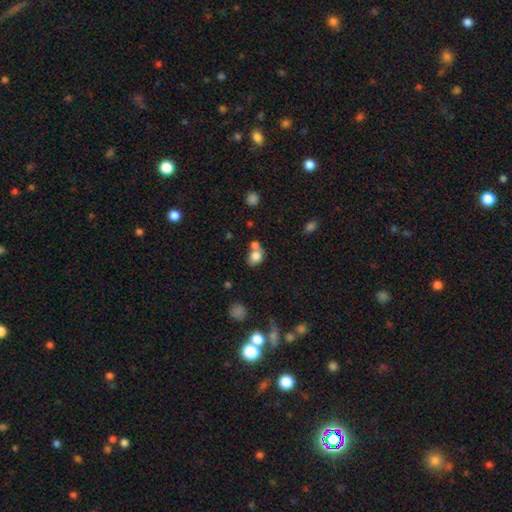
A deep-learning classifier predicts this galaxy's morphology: Q: Smooth or featured?
A: smooth (79%); runner-up: featured or disk (11%)
Q: How rounded?
A: in between (53%); runner-up: round (46%)
Q: Merging?
A: none (43%); runner-up: merger (40%)